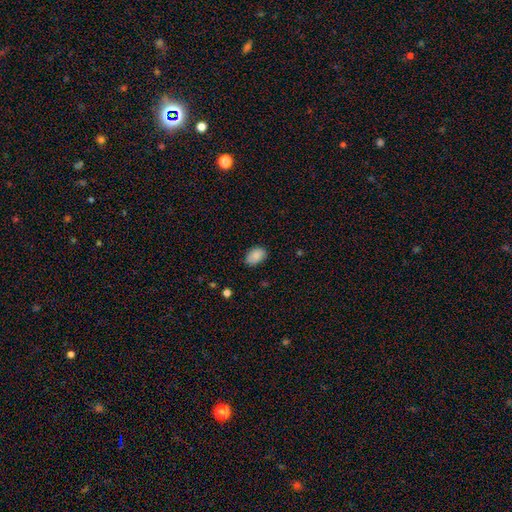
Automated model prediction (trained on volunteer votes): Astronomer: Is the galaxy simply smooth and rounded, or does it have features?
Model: smooth — 88%.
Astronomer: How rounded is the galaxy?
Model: in between — 85%.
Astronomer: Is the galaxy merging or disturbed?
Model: none — 81%.